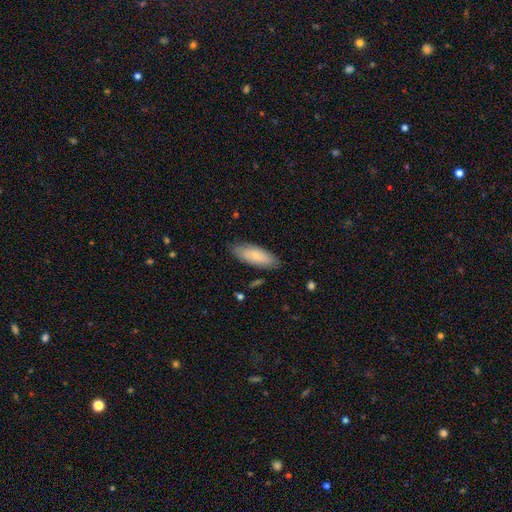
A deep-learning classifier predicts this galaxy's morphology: Smooth or featured?
  - smooth: 75% *
  - featured or disk: 19%
  - star or artifact: 6%
How rounded?
  - in between: 73% *
  - cigar-shaped: 25%
  - round: 2%
Merging?
  - none: 81% *
  - minor disturbance: 15%
  - major disturbance: 3%
  - merger: 2%